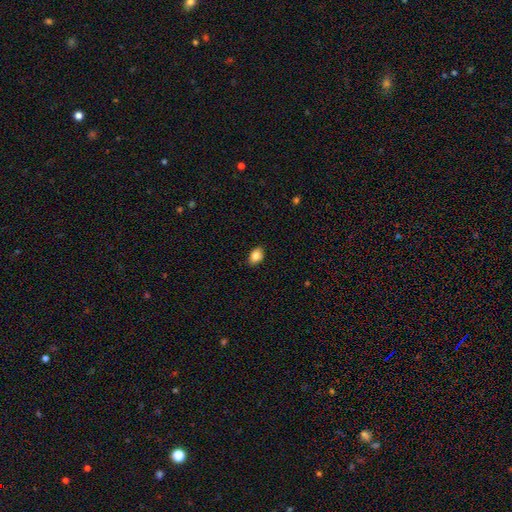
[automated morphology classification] This is clearly a smooth galaxy (85%). How rounded: likely in between (78%). Merging: clearly none (86%).